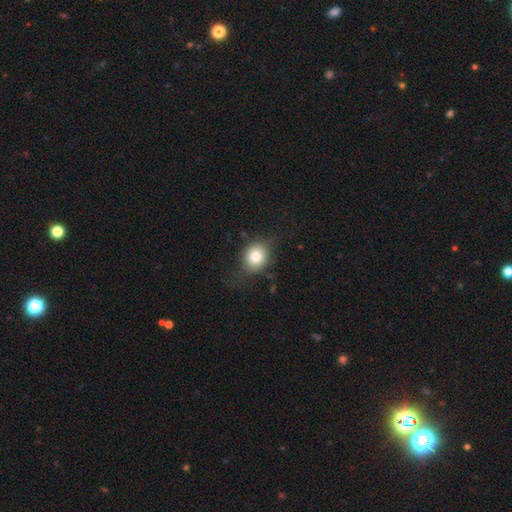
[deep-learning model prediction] Smooth or featured? smooth (76%)
How rounded? round (66%)
Merging? none (71%)